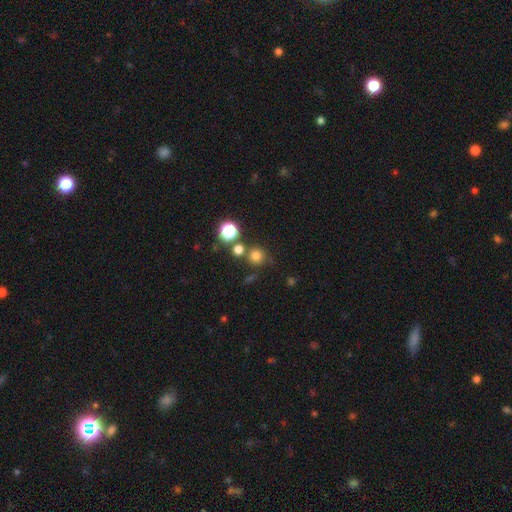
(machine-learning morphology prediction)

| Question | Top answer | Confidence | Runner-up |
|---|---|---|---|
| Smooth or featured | smooth | 76% | star or artifact (18%) |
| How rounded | round | 93% | in between (6%) |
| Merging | none | 75% | merger (13%) |